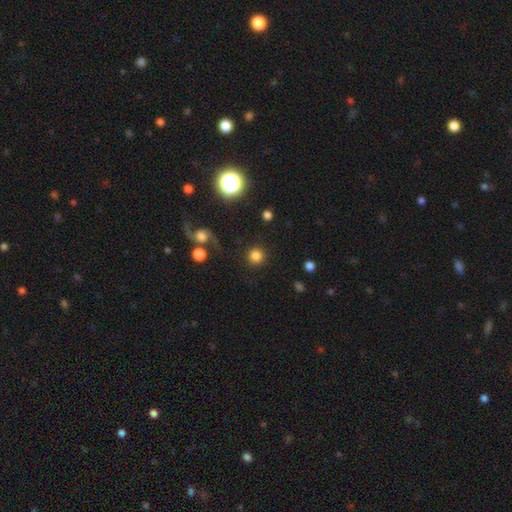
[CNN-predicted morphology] Smooth or featured: smooth — 80% (star or artifact — 12%)
How rounded: round — 95% (in between — 4%)
Merging: none — 87% (minor disturbance — 6%)